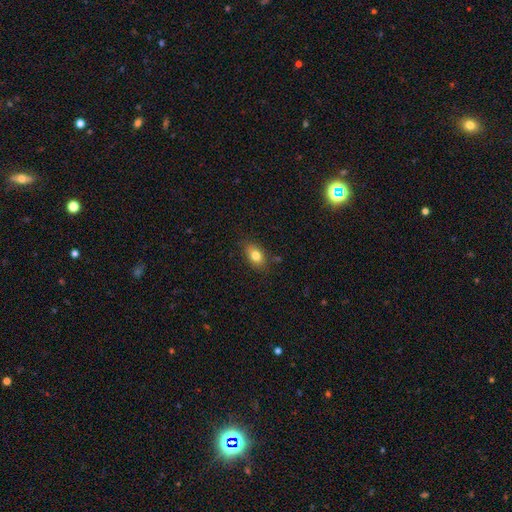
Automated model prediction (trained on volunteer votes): The model was most divided on "merging": none: 80%, minor disturbance: 15%, major disturbance: 3%, merger: 2%. More confident: how rounded — in between (82%); smooth or featured — smooth (80%).